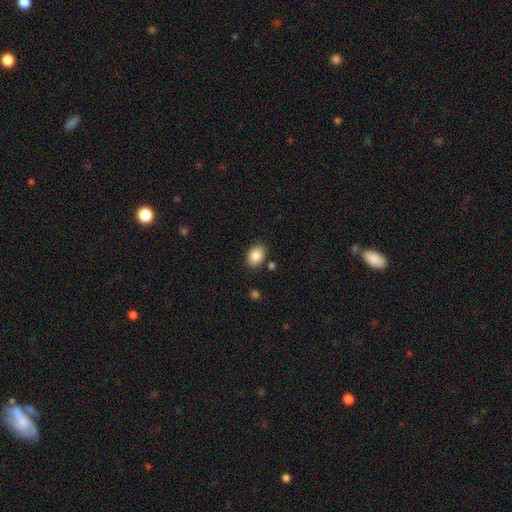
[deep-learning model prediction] Morphology: type=smooth (88%); roundness=in between (78%); merging=none (85%).